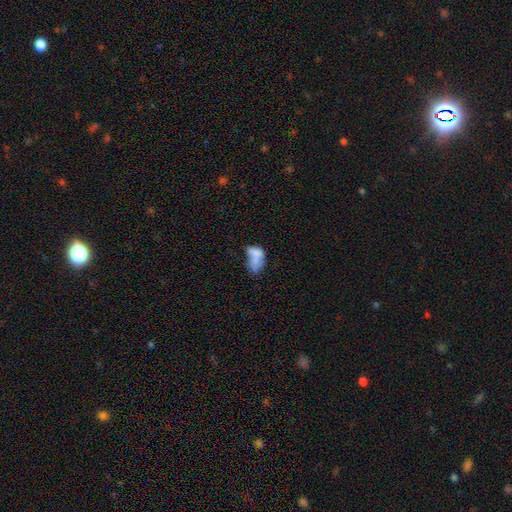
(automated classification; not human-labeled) Overall: smooth (58%; featured or disk 30%). How rounded: in between (87%). Merging: merger (29%; major disturbance 28%).